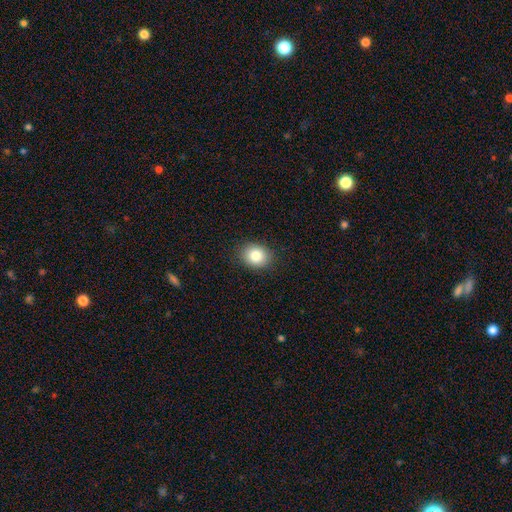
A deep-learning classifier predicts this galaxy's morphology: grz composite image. It shows a smooth galaxy with no disk features (84%) that is round (55%). Merging: none (89%).